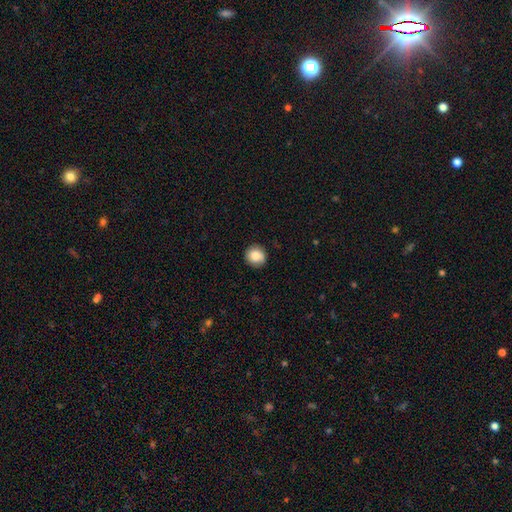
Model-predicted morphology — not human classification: Smooth or featured? smooth (86%)
How rounded? round (89%)
Merging? none (86%)